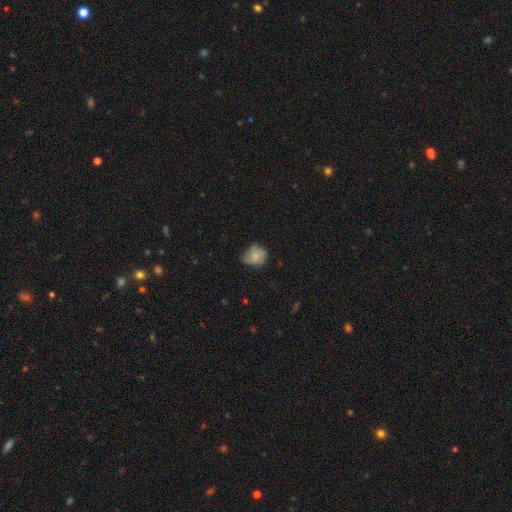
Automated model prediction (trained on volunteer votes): A smooth galaxy with no disk features (61%) that is round (65%). Merging: none (54%).